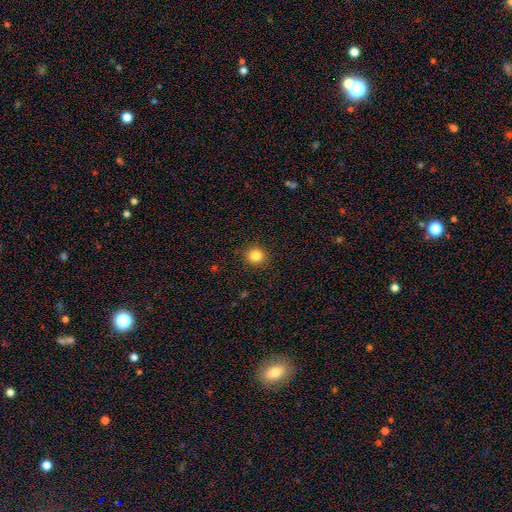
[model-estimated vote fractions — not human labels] Overall: smooth (84%). How rounded: round (92%). Merging: none (92%).